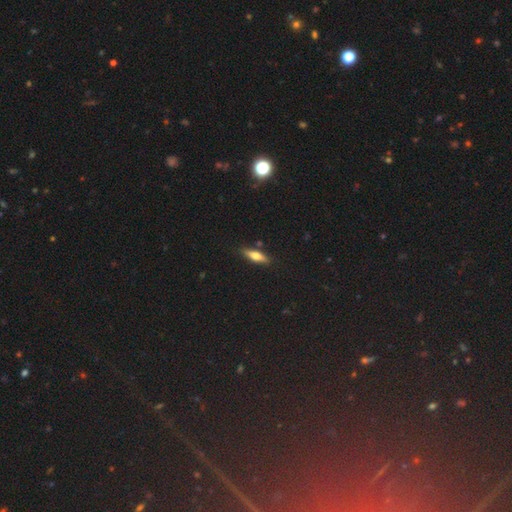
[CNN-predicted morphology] smooth-or-featured: smooth: 54% | featured or disk: 39% | star or artifact: 7%
  how-rounded: cigar-shaped: 57% | in between: 40% | round: 3%
  merging: none: 84% | minor disturbance: 10% | merger: 3% | major disturbance: 2%